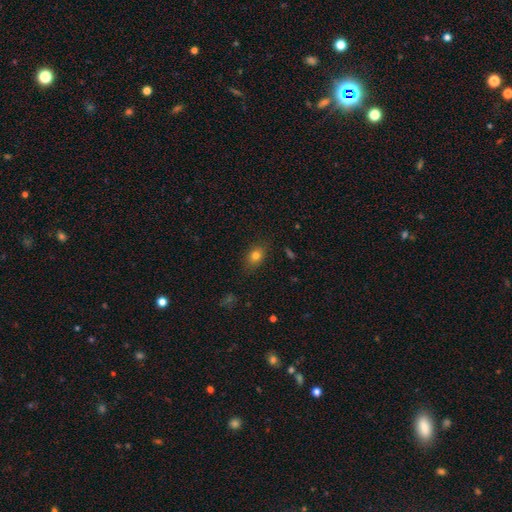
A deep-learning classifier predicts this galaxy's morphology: This appears to be a smooth galaxy with no disk features (79%) that is in between round and cigar-shaped (70%). Merging: none (83%).